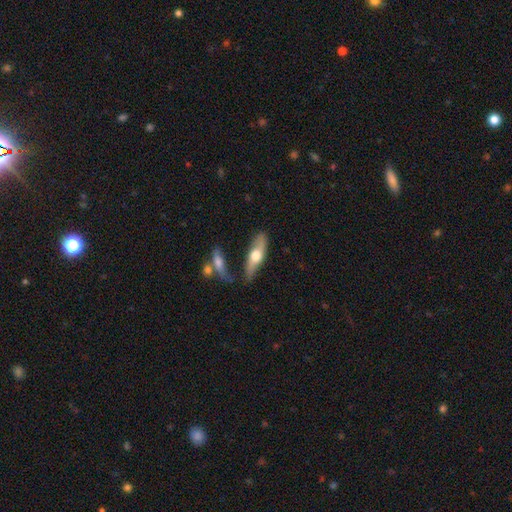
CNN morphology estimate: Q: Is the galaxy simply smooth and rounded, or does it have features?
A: featured or disk — 50%.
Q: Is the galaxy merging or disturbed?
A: none — 70%.